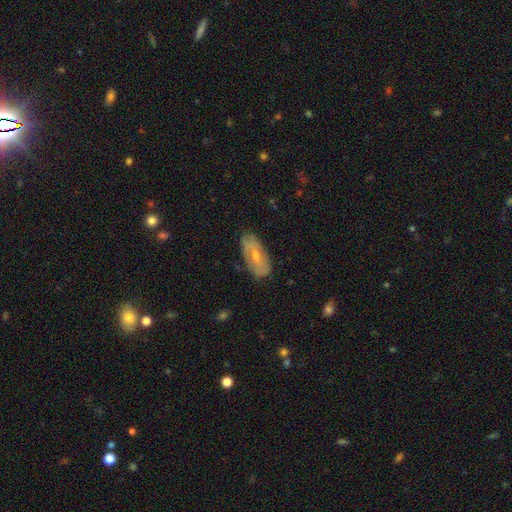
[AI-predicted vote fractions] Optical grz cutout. It shows a featured or disk galaxy (59%) with a weak bar (44%), spiral arms (64%) and a moderate central bulge (49%). Merging: none (77%).